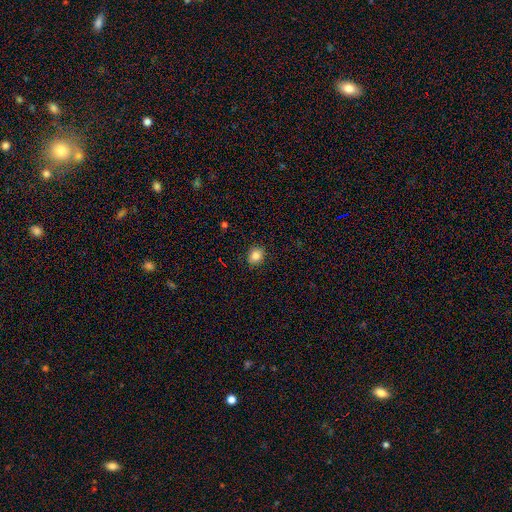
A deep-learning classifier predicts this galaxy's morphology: A smooth galaxy with no disk features (85%) that is round (63%).

Vote fractions:
- Smooth or featured? smooth: 85% / star or artifact: 10% / featured or disk: 5%
- How rounded? round: 63% / in between: 36% / cigar-shaped: 1%
- Merging? none: 88% / minor disturbance: 9% / major disturbance: 2% / merger: 1%